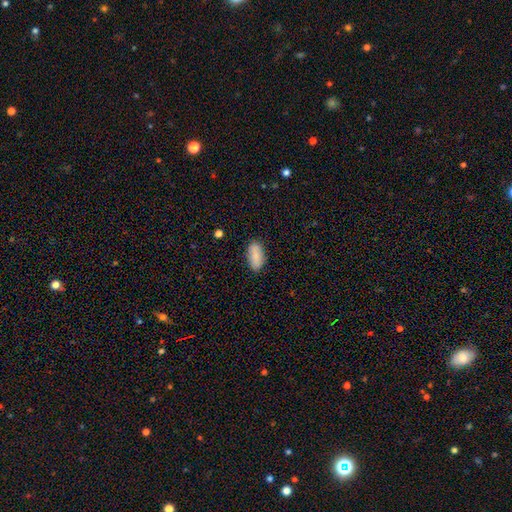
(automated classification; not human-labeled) Smooth or featured?
  - smooth: 86% *
  - featured or disk: 7%
  - star or artifact: 7%
How rounded?
  - in between: 92% *
  - cigar-shaped: 6%
  - round: 3%
Merging?
  - none: 84% *
  - minor disturbance: 12%
  - major disturbance: 3%
  - merger: 1%